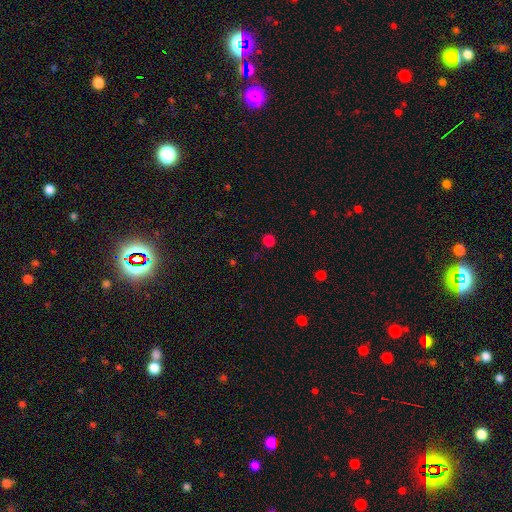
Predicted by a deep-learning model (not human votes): smooth-or-featured: smooth: 73% | star or artifact: 23% | featured or disk: 3%
  how-rounded: round: 92% | in between: 7% | cigar-shaped: 1%
  merging: none: 91% | minor disturbance: 5% | major disturbance: 2% | merger: 1%